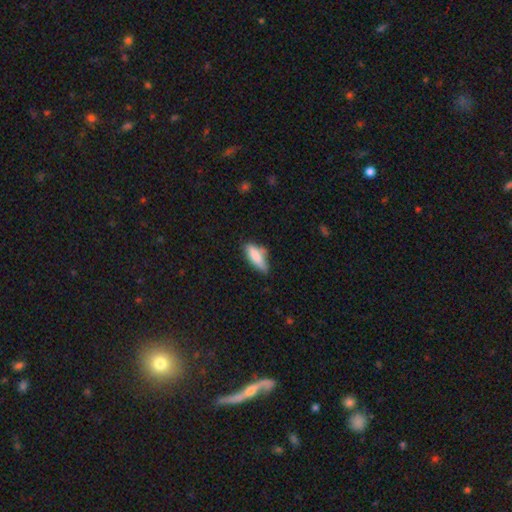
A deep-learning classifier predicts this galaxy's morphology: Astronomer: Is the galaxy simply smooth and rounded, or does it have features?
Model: smooth — 79%.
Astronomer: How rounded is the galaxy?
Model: in between — 59% (runner-up: cigar-shaped, 39%).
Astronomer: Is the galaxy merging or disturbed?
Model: none — 52% (runner-up: minor disturbance, 32%).